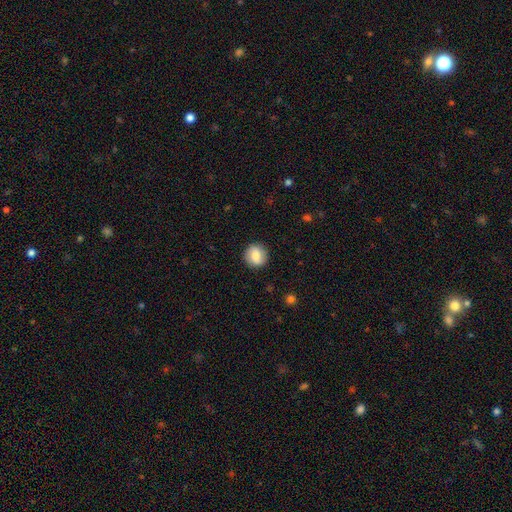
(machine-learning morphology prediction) A smooth galaxy with no disk features (78%) that is round (86%). Merging: none (88%).